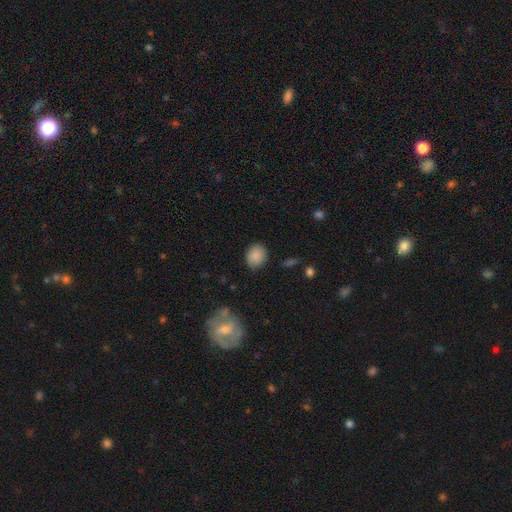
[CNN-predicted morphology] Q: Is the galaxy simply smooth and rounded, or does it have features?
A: smooth — 87%.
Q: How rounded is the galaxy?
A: round — 58%.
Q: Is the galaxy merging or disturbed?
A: none — 86%.